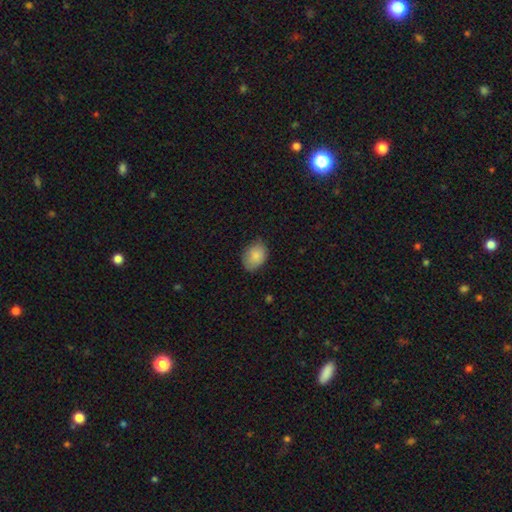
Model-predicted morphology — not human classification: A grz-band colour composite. It shows a smooth galaxy with no disk features (86%) that is in between round and cigar-shaped (73%). Merging: none (71%).